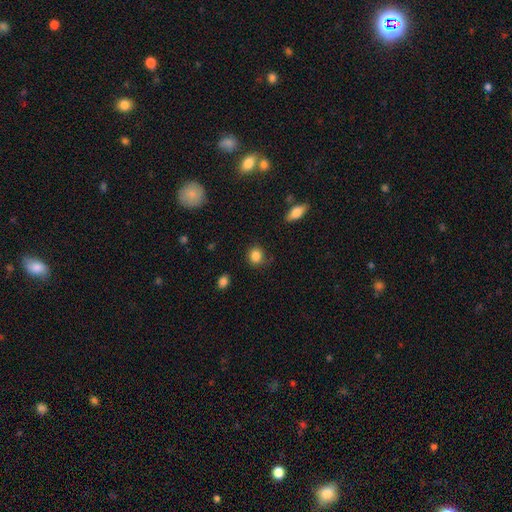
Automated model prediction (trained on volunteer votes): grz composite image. It shows a smooth galaxy with no disk features (86%) that is round (80%). Merging: none (80%).